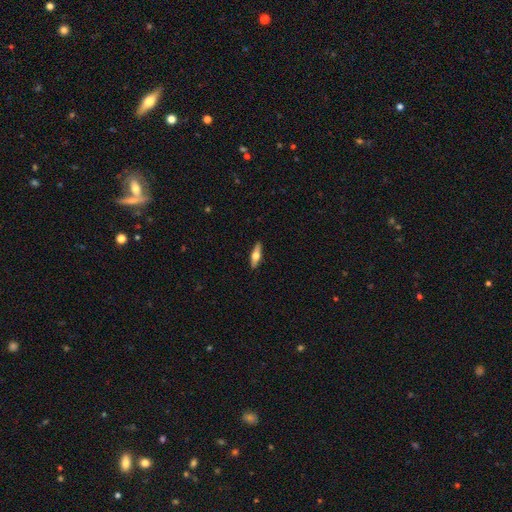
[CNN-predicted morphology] Smooth or featured?
  - featured or disk: 48% *
  - smooth: 46%
  - star or artifact: 6%
Merging?
  - none: 90% *
  - minor disturbance: 7%
  - major disturbance: 2%
  - merger: 1%